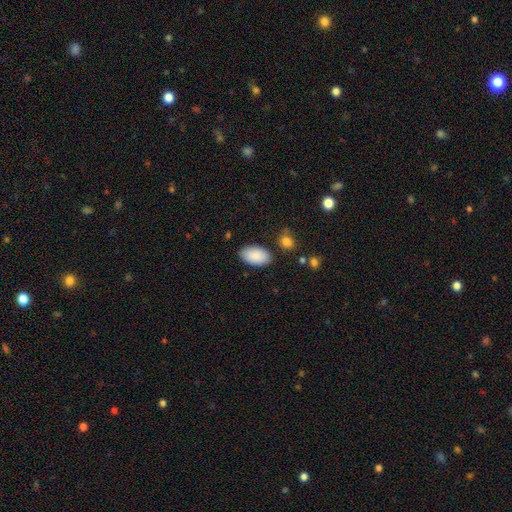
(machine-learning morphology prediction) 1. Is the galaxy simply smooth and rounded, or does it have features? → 89% smooth, 6% star or artifact, 5% featured or disk.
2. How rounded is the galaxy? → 96% in between, 3% round, 1% cigar-shaped.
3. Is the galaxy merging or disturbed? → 84% none, 11% minor disturbance, 3% major disturbance, 2% merger.